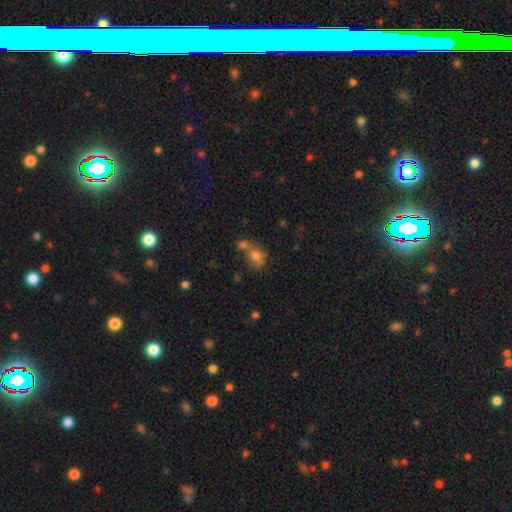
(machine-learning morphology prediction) A smooth galaxy with no disk features (73%) that is in between round and cigar-shaped (49%, tied with round). Merging: merger (45%).